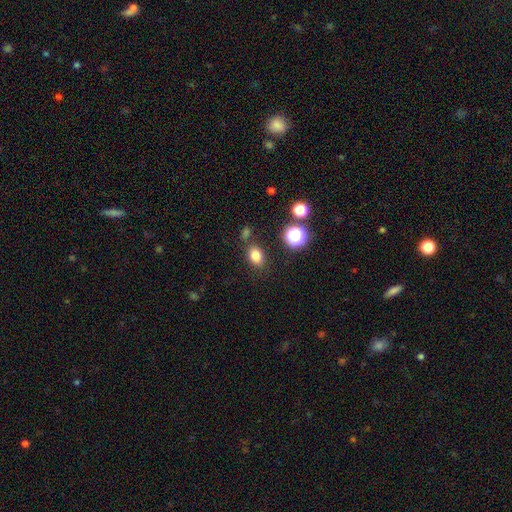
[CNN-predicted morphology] smooth 80%, star or artifact 14%, featured or disk 7%. Down the decision tree: how rounded — in between (67%); merging — none (78%).